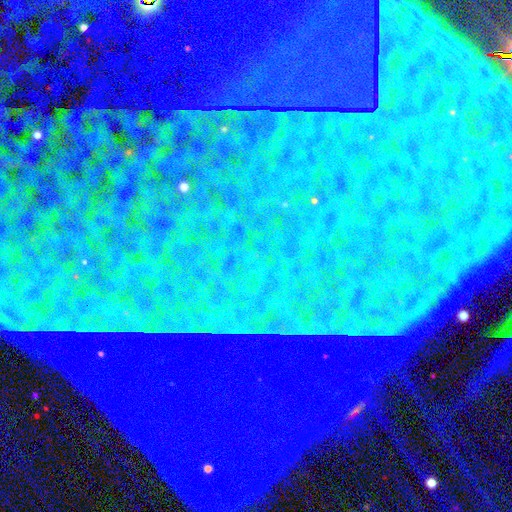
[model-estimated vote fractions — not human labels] smooth-or-featured: star or artifact: 86% | featured or disk: 7% | smooth: 7%